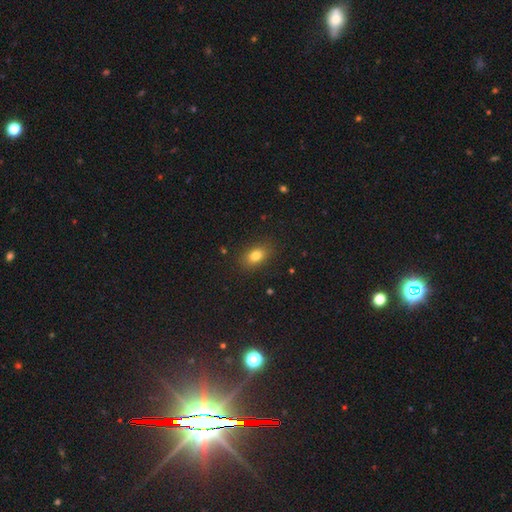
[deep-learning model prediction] Smooth or featured? smooth (80%)
How rounded? in between (81%)
Merging? none (86%)